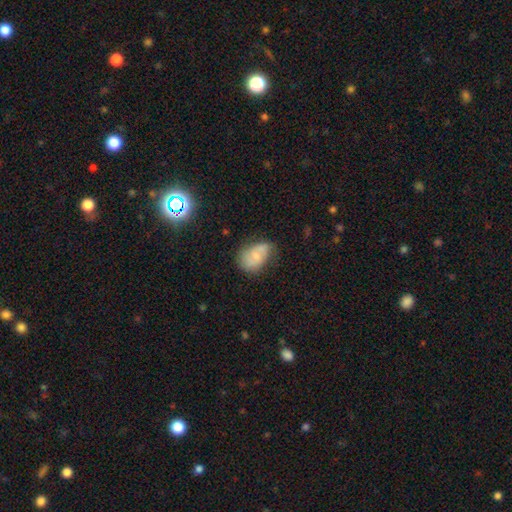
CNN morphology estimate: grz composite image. It shows a smooth galaxy with no disk features (59%) that is in between round and cigar-shaped (85%). Merging: none (51%).